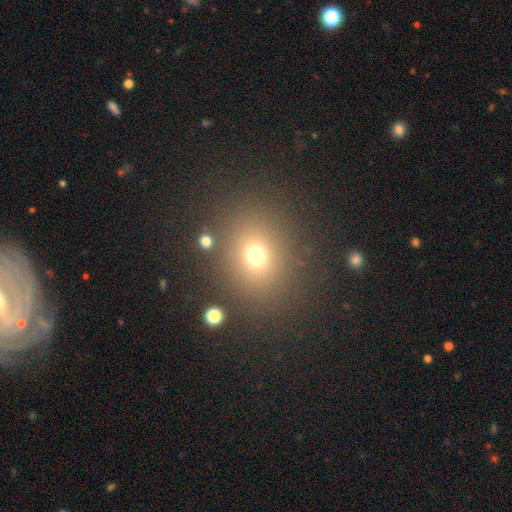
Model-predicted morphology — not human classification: smooth 71%, star or artifact 20%, featured or disk 10%. Down the decision tree: how rounded — round (68%); merging — none (82%).